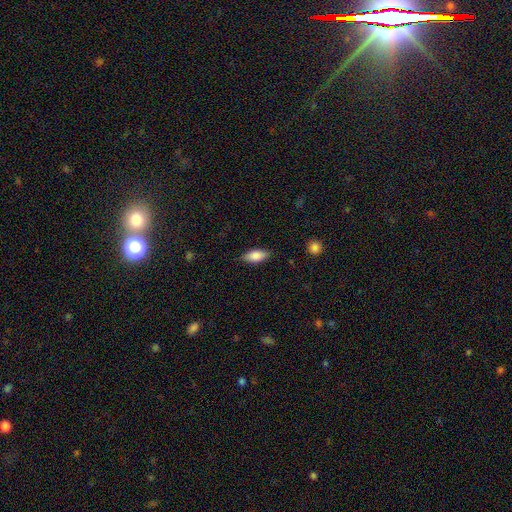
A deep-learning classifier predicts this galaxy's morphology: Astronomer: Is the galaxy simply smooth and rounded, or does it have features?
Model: smooth — 82%.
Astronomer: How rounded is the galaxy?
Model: in between — 84%.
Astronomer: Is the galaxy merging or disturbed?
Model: none — 82%.